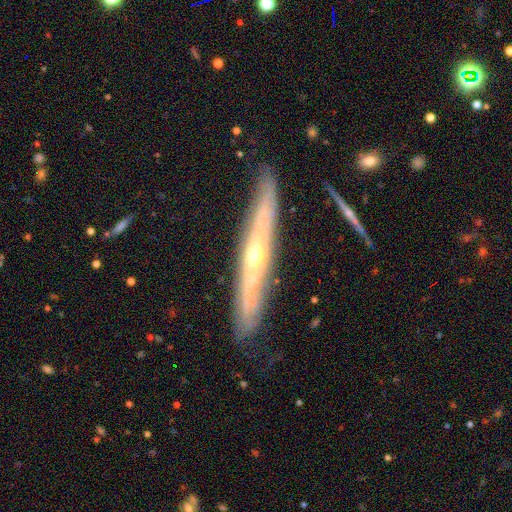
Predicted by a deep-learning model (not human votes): The model was most divided on "edge-on bulge": rounded: 76%, none: 21%, boxy: 3%. More confident: edge-on disk — yes (84%); merging — none (83%); smooth or featured — featured or disk (74%).